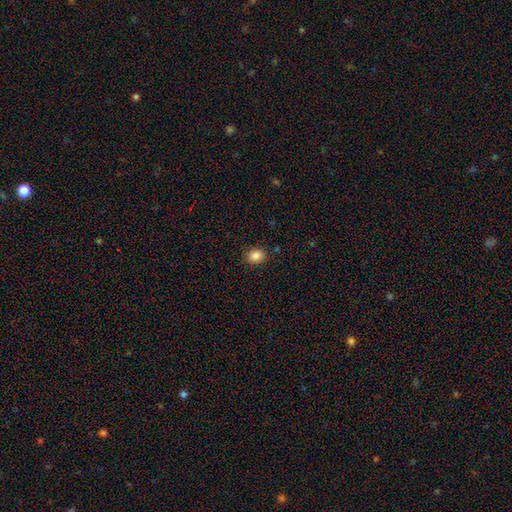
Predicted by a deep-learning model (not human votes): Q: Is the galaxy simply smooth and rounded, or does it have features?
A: smooth — 86%.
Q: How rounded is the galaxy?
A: round — 55%.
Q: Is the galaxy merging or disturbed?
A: none — 87%.